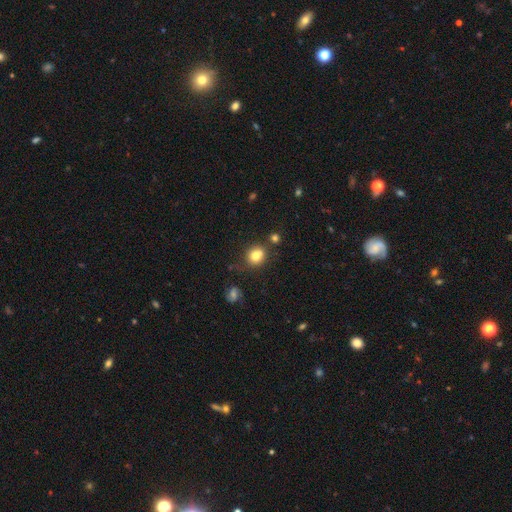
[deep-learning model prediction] Morphology: type=smooth (79%); roundness=round (76%); merging=none (69%).